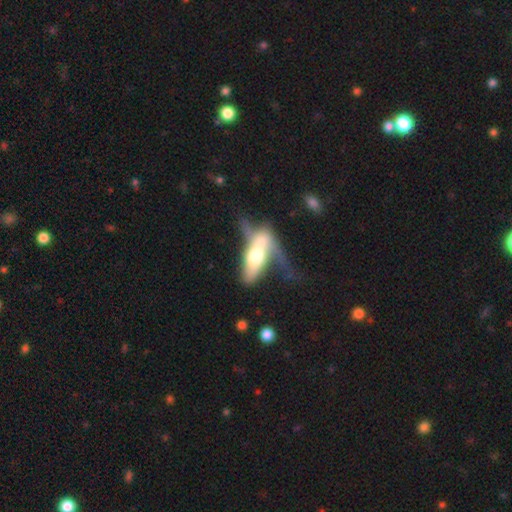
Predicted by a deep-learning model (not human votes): This appears to be a featured or disk galaxy (50%). Merging: major disturbance (37%).